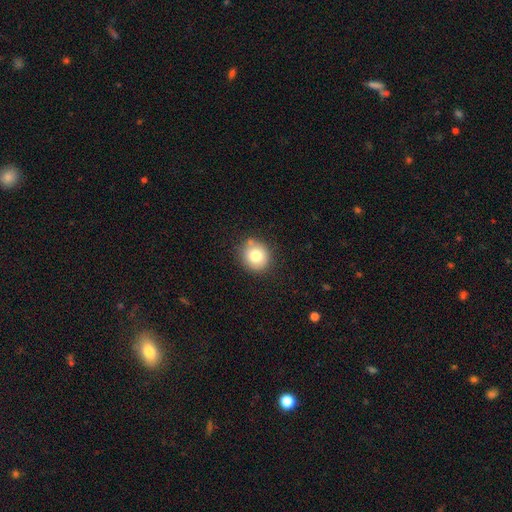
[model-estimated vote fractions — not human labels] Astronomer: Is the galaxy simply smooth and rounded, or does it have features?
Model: smooth — 79%.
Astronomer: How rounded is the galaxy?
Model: round — 85%.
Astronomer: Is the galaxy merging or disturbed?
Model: none — 82%.